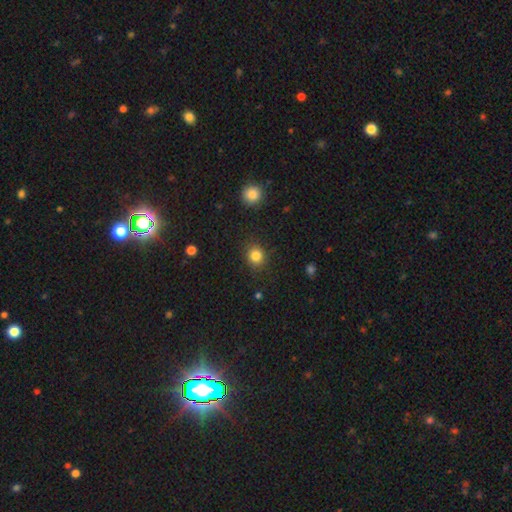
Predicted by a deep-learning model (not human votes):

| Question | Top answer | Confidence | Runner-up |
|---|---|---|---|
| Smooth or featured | smooth | 84% | star or artifact (11%) |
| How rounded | round | 80% | in between (19%) |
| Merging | none | 87% | minor disturbance (9%) |